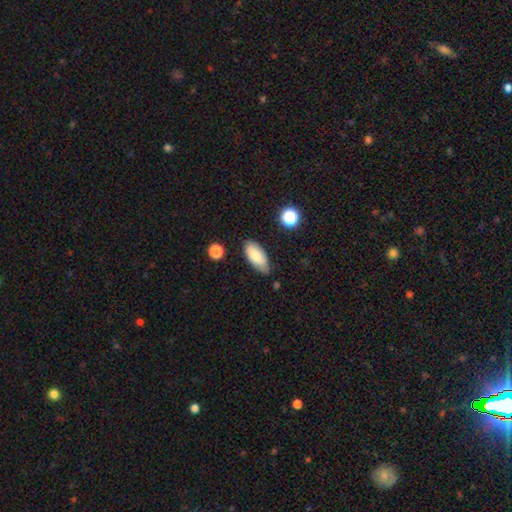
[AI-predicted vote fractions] smooth_or_featured: smooth (p=0.81) [alt: featured or disk p=0.12]
how_rounded: in between (p=0.89) [alt: cigar-shaped p=0.08]
merging: none (p=0.73) [alt: minor disturbance p=0.20]